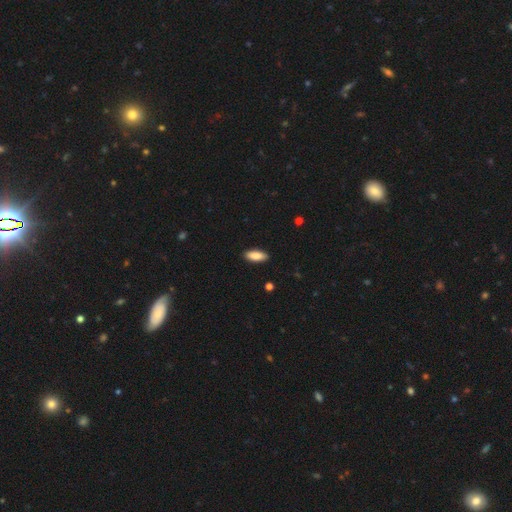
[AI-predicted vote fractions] smooth-or-featured: smooth: 88% | featured or disk: 6% | star or artifact: 6%
  how-rounded: in between: 78% | cigar-shaped: 20% | round: 2%
  merging: none: 90% | minor disturbance: 8% | major disturbance: 2% | merger: 1%